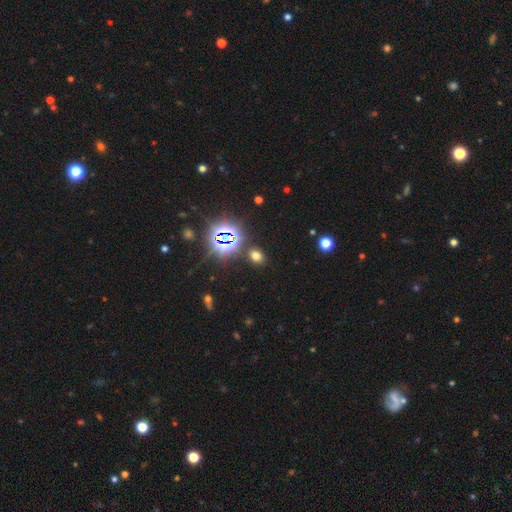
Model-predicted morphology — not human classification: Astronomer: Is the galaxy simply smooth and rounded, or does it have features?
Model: smooth — 59% (runner-up: star or artifact, 34%).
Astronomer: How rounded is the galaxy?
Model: in between — 55% (runner-up: round, 43%).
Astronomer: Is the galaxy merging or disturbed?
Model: none — 85%.